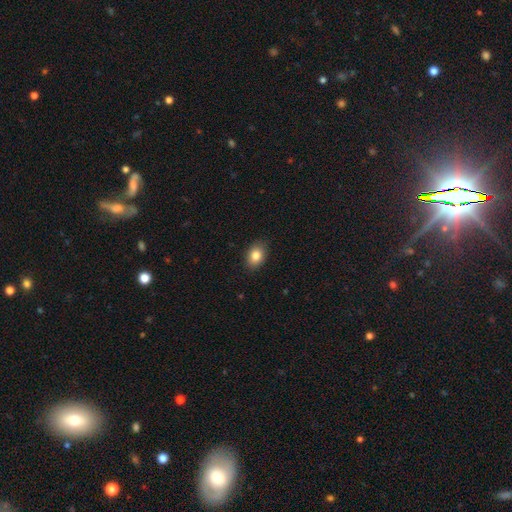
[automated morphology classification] Q: Smooth or featured?
A: smooth (84%); runner-up: star or artifact (9%)
Q: How rounded?
A: in between (76%); runner-up: round (23%)
Q: Merging?
A: none (87%); runner-up: minor disturbance (10%)